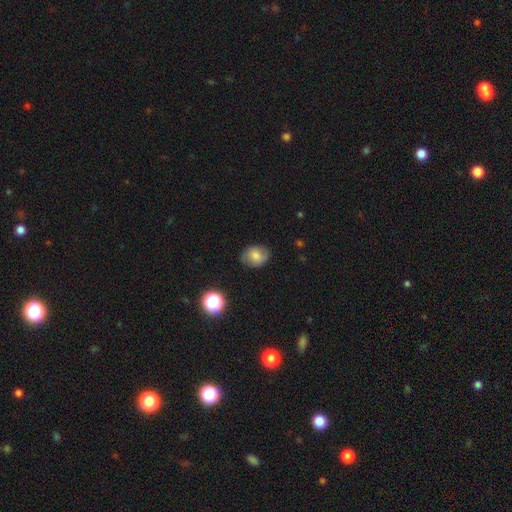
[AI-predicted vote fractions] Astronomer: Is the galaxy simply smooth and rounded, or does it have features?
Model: smooth — 70%.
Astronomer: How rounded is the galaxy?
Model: in between — 51% (runner-up: round, 48%).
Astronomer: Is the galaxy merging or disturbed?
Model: none — 77%.